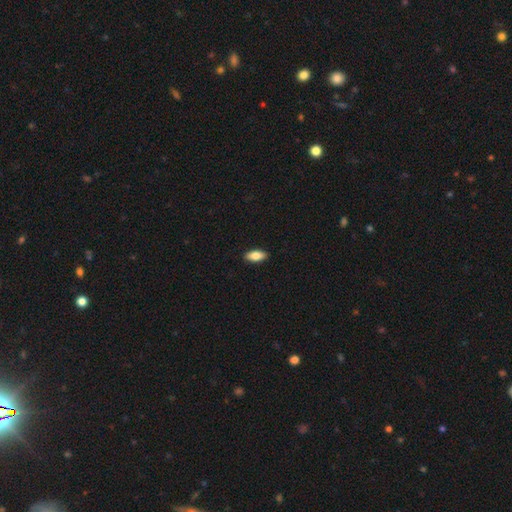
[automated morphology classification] type=smooth (80%); roundness=in between (86%); merging=none (91%).